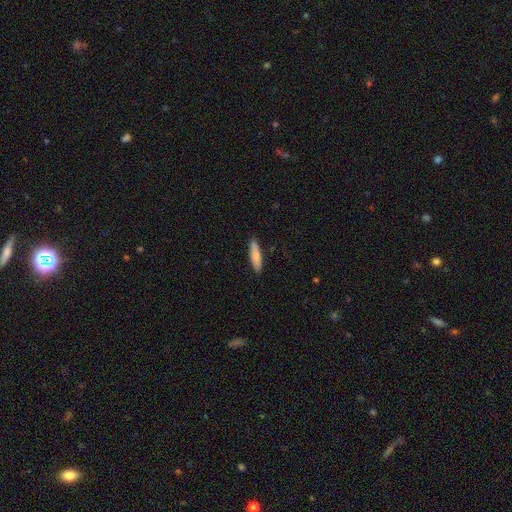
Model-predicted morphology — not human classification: smooth-or-featured: smooth: 81% | featured or disk: 13% | star or artifact: 6%
  how-rounded: cigar-shaped: 66% | in between: 33% | round: 2%
  merging: none: 87% | minor disturbance: 10% | major disturbance: 2% | merger: 1%